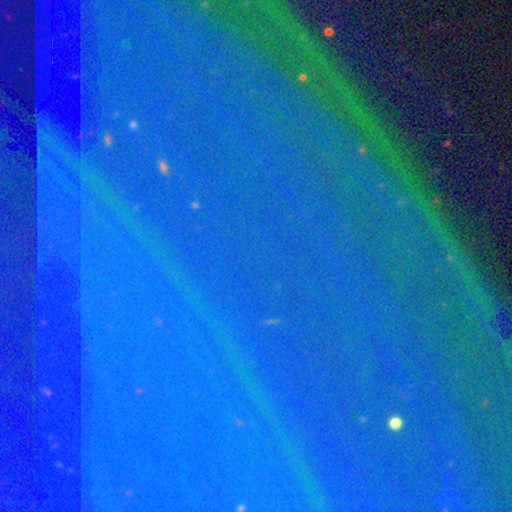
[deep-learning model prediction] Overall: star or artifact (85%).